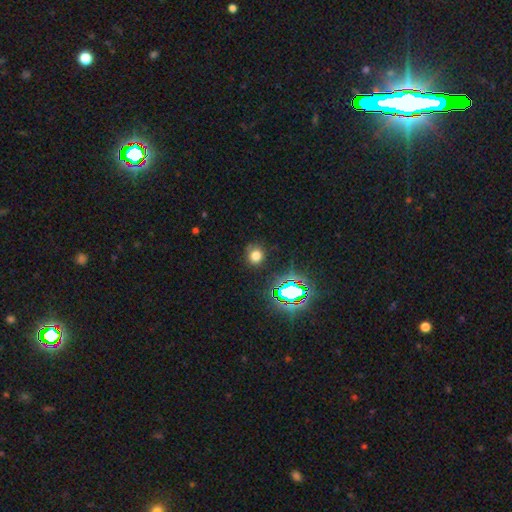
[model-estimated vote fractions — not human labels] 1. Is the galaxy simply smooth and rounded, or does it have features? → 69% smooth, 24% star or artifact, 7% featured or disk.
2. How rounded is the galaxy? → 85% round, 14% in between, 1% cigar-shaped.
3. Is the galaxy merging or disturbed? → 81% none, 13% minor disturbance, 4% major disturbance, 2% merger.